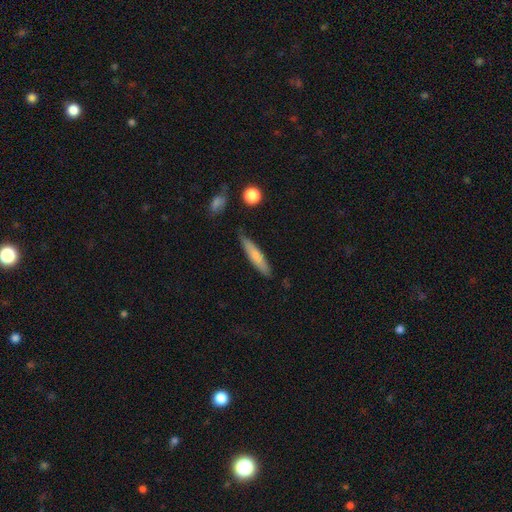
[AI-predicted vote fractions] Smooth or featured: smooth — 69% (featured or disk — 25%)
How rounded: cigar-shaped — 88% (in between — 11%)
Merging: none — 82% (minor disturbance — 14%)